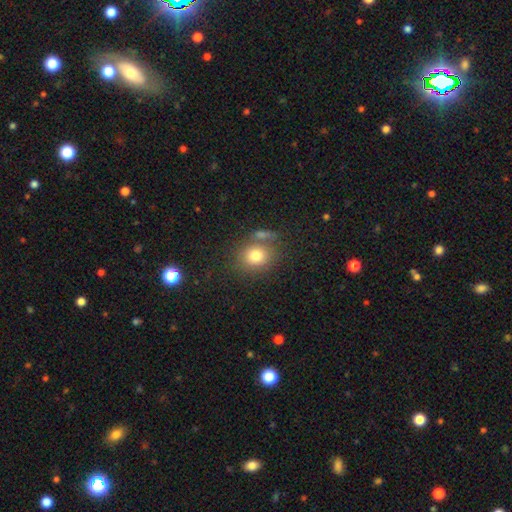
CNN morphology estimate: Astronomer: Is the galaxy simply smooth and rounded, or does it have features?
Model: smooth — 77%.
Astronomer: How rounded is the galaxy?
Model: round — 68%.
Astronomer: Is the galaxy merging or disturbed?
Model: none — 65%.